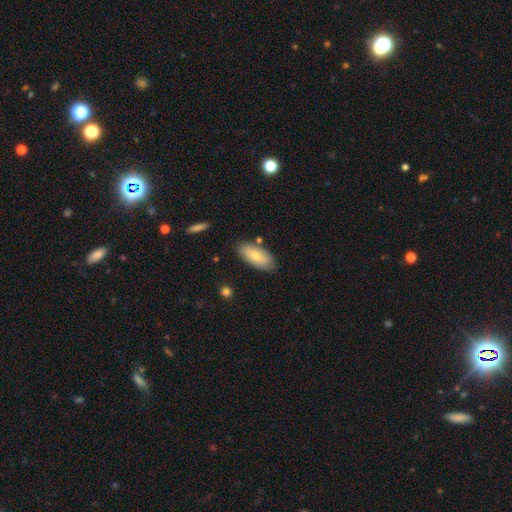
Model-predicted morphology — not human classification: smooth-or-featured: smooth: 72% | featured or disk: 22% | star or artifact: 6%
  how-rounded: in between: 89% | cigar-shaped: 9% | round: 2%
  merging: none: 80% | minor disturbance: 14% | merger: 4% | major disturbance: 3%